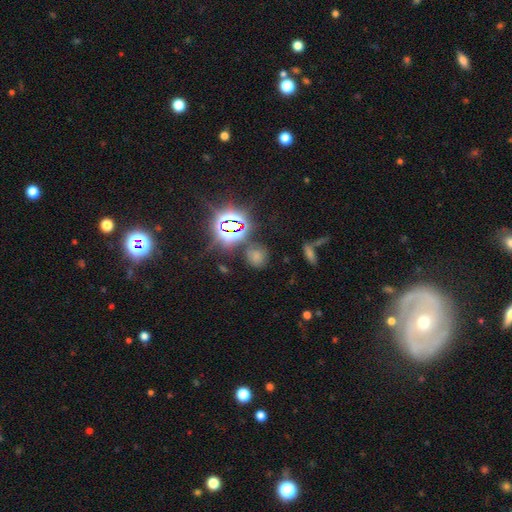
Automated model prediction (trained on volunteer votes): smooth_or_featured: smooth (p=0.53) [alt: star or artifact p=0.38]
how_rounded: round (p=0.70) [alt: in between p=0.28]
merging: none (p=0.70) [alt: minor disturbance p=0.16]